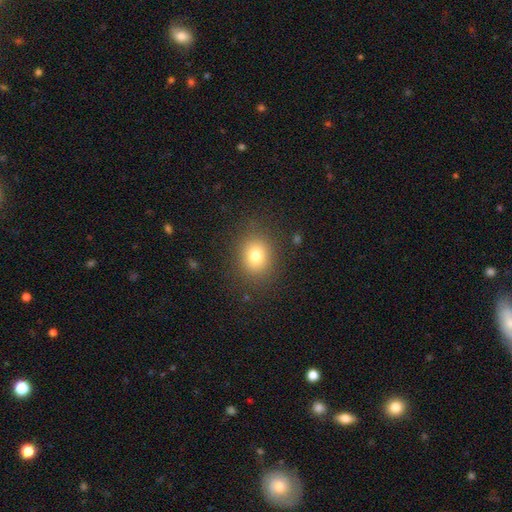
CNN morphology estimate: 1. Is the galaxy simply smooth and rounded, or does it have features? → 78% smooth, 13% star or artifact, 9% featured or disk.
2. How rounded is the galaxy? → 67% round, 32% in between, 1% cigar-shaped.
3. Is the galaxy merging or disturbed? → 86% none, 9% minor disturbance, 4% major disturbance, 1% merger.